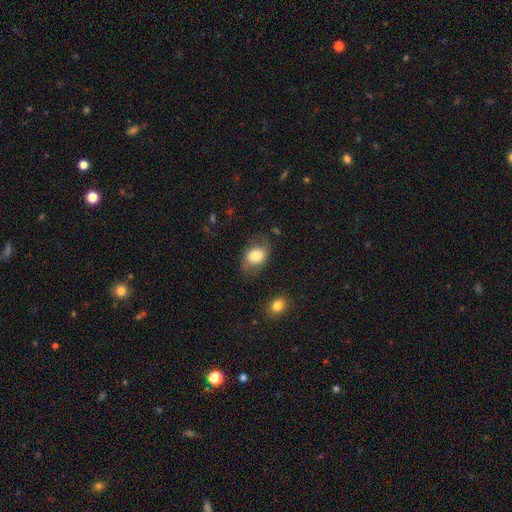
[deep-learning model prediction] This is likely a smooth galaxy (77%). How rounded: possibly in between (59%). Merging: likely none (65%).